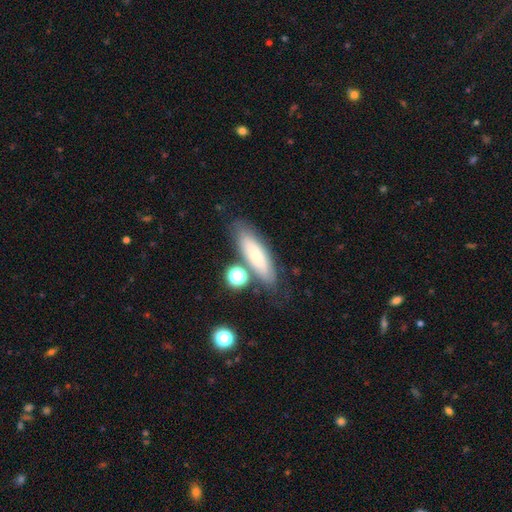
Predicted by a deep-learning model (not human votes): Q: Smooth or featured?
A: smooth (68%); runner-up: featured or disk (23%)
Q: How rounded?
A: cigar-shaped (54%); runner-up: in between (43%)
Q: Merging?
A: none (72%); runner-up: minor disturbance (15%)